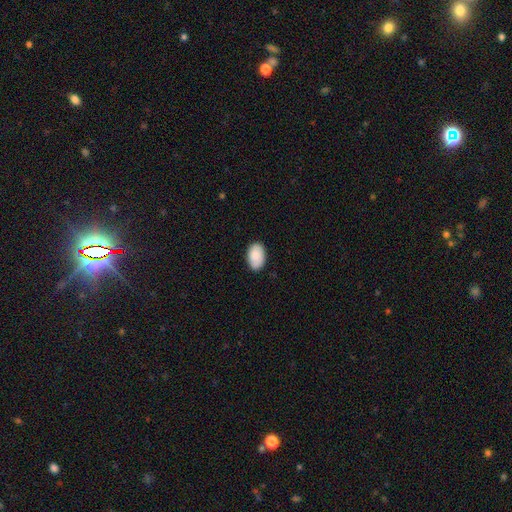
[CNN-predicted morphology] Smooth or featured?
  - smooth: 86% *
  - featured or disk: 8%
  - star or artifact: 6%
How rounded?
  - in between: 92% *
  - round: 7%
  - cigar-shaped: 1%
Merging?
  - none: 84% *
  - minor disturbance: 13%
  - major disturbance: 2%
  - merger: 1%